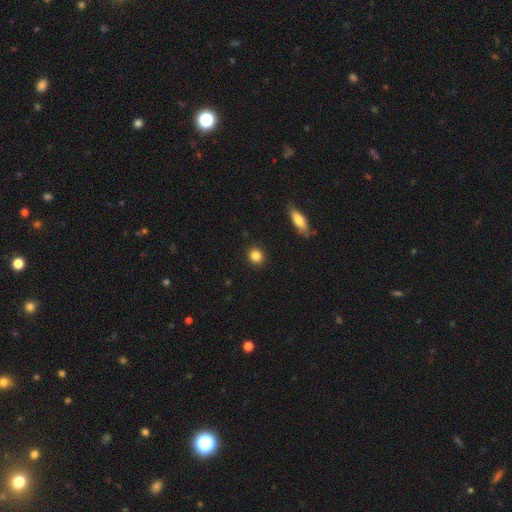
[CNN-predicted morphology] This is clearly a smooth galaxy (85%). How rounded: clearly round (84%). Merging: clearly none (91%).